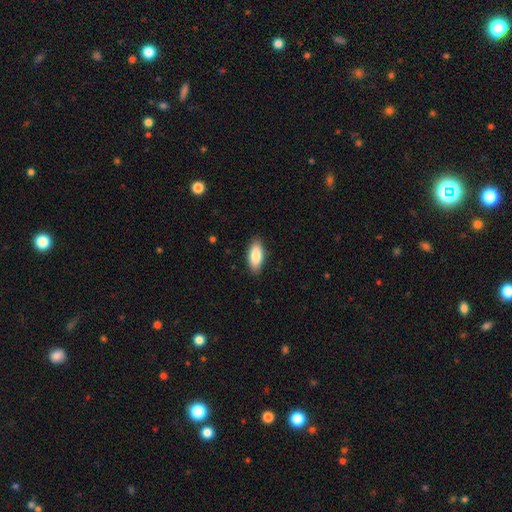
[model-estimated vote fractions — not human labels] Morphology: type=smooth (85%); roundness=in between (86%); merging=none (88%).